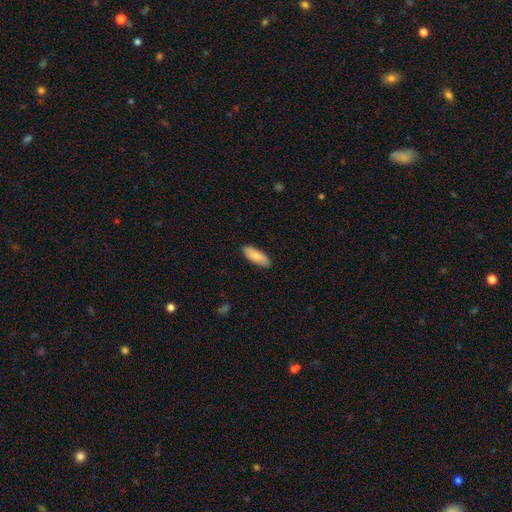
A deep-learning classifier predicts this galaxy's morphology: A smooth galaxy with no disk features (81%) that is in between round and cigar-shaped (73%). Merging: none (89%).